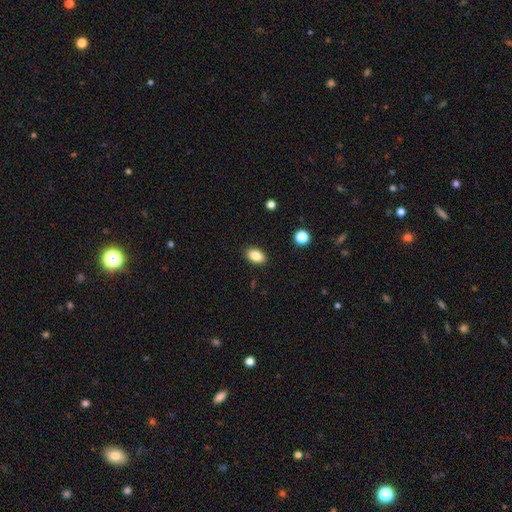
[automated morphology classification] type=smooth (86%); roundness=in between (88%); merging=none (89%).